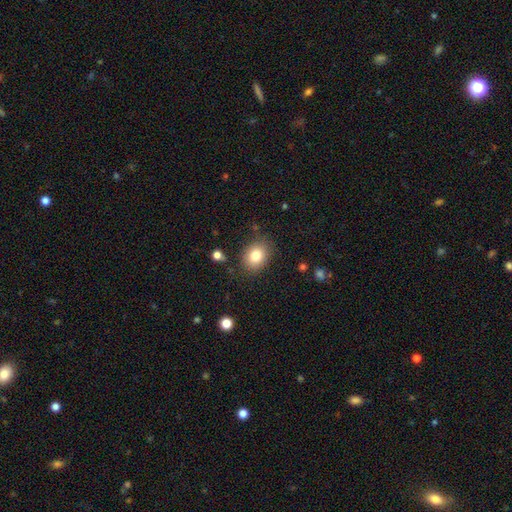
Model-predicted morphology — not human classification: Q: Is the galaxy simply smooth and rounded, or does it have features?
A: smooth — 81%.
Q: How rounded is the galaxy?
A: round — 51%.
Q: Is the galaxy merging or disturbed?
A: none — 83%.